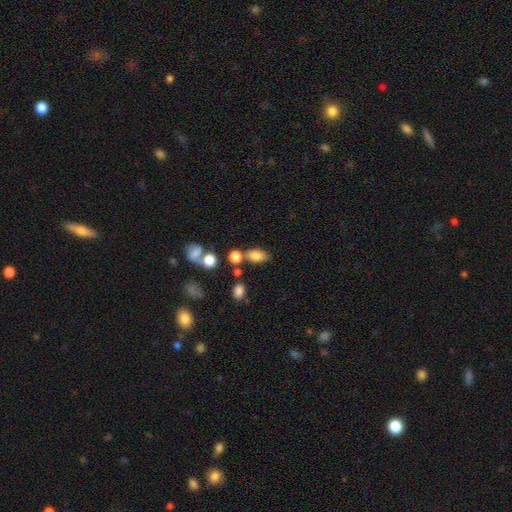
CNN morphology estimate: Q: Smooth or featured?
A: smooth (80%); runner-up: star or artifact (11%)
Q: How rounded?
A: in between (86%); runner-up: round (11%)
Q: Merging?
A: none (63%); runner-up: merger (16%)